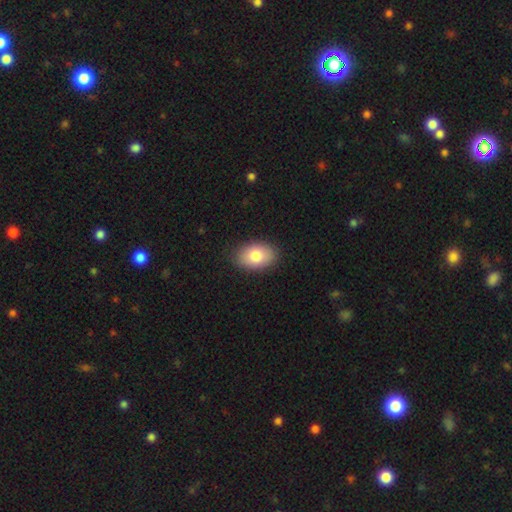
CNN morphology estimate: smooth 81%, featured or disk 11%, star or artifact 7%. Down the decision tree: how rounded — in between (87%); merging — none (87%).